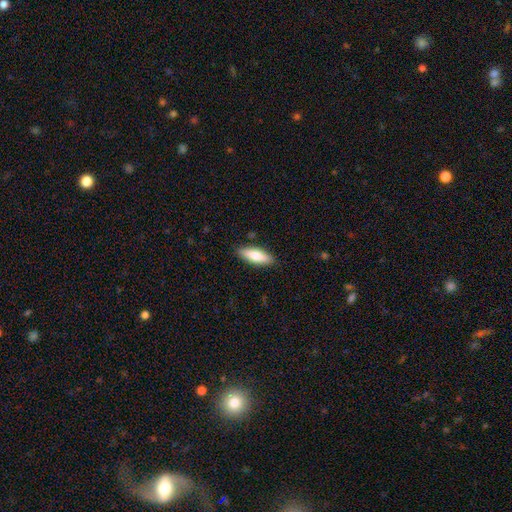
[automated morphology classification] smooth_or_featured: smooth (p=0.76) [alt: featured or disk p=0.18]
how_rounded: in between (p=0.59) [alt: cigar-shaped p=0.39]
merging: none (p=0.87) [alt: minor disturbance p=0.10]